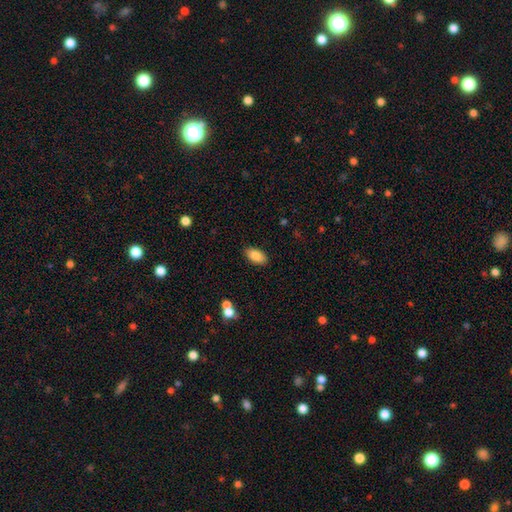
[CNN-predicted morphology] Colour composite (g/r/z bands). It shows a smooth galaxy with no disk features (85%) that is in between round and cigar-shaped (93%). Merging: none (87%).